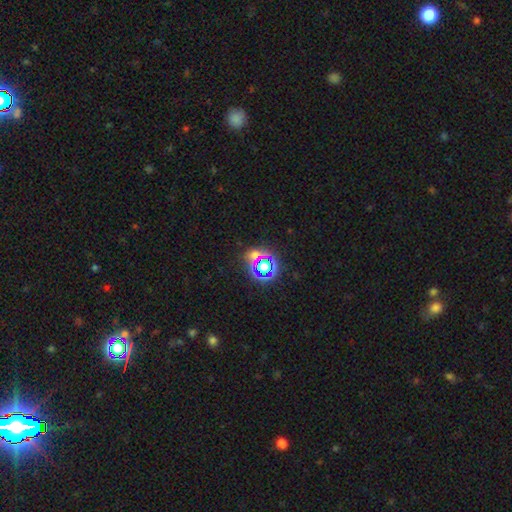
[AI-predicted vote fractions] Overall: star or artifact (58%; smooth 31%).